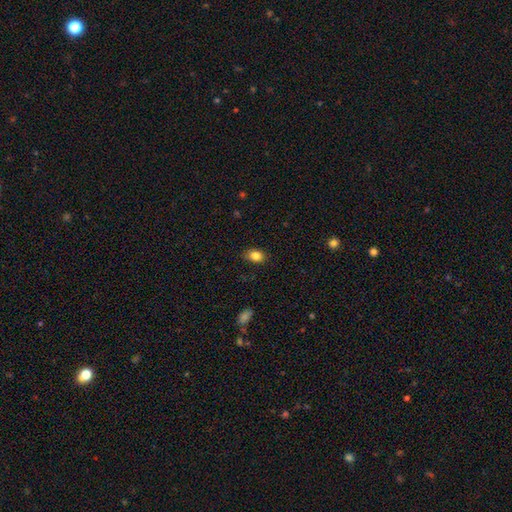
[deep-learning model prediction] The model was most divided on "how rounded": in between: 75%, round: 23%, cigar-shaped: 1%. More confident: smooth or featured — smooth (84%); merging — none (82%).